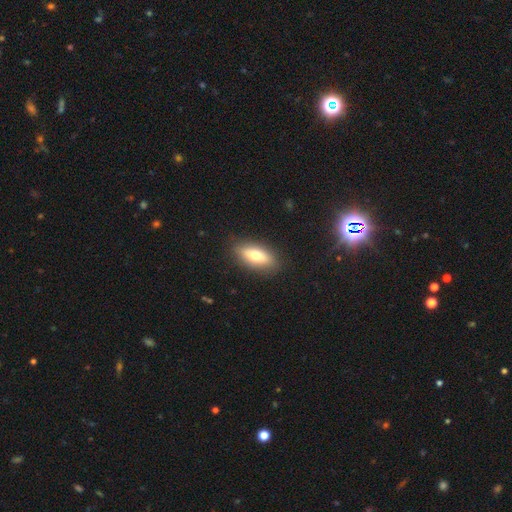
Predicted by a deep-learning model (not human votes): smooth_or_featured: smooth (p=0.69) [alt: featured or disk p=0.24]
how_rounded: in between (p=0.76) [alt: cigar-shaped p=0.21]
merging: none (p=0.87) [alt: minor disturbance p=0.10]